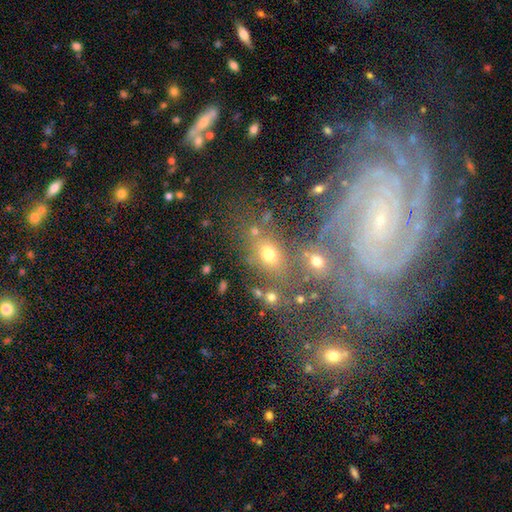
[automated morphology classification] Q: Smooth or featured?
A: featured or disk (70%); runner-up: smooth (16%)
Q: Edge-on disk?
A: no (95%); runner-up: yes (5%)
Q: Bar?
A: no (58%); runner-up: weak (27%)
Q: Spiral arms?
A: yes (94%); runner-up: no (6%)
Q: Spiral winding?
A: tight (73%); runner-up: medium (23%)
Q: Spiral arm count?
A: 3 (25%); runner-up: can't tell (22%)
Q: Bulge size?
A: small (79%); runner-up: moderate (13%)
Q: Merging?
A: none (65%); runner-up: minor disturbance (16%)